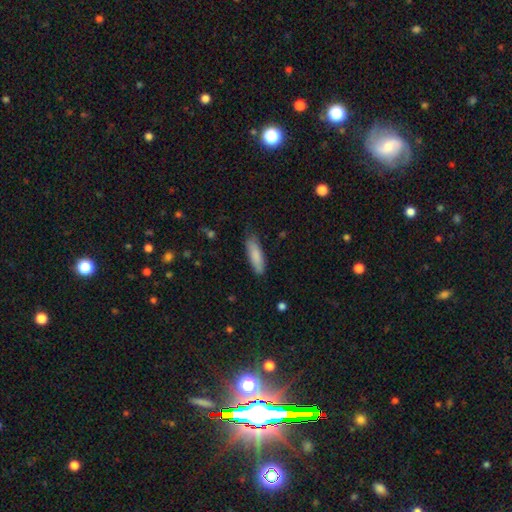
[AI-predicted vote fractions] Smooth or featured? smooth (84%)
How rounded? cigar-shaped (53%)
Merging? none (78%)